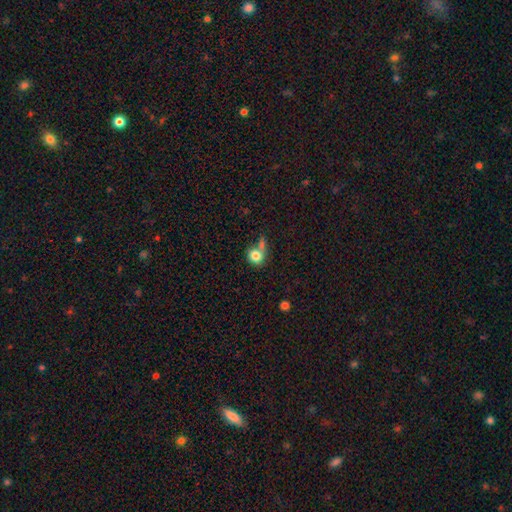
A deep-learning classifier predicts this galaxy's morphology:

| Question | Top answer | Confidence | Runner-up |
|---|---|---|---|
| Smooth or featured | smooth | 81% | featured or disk (10%) |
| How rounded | round | 73% | in between (26%) |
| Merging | none | 43% | merger (34%) |